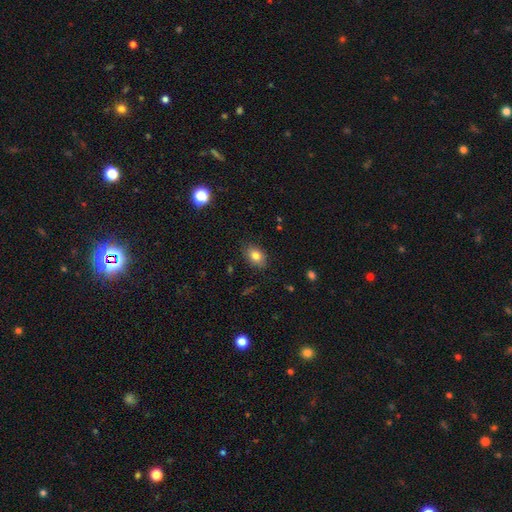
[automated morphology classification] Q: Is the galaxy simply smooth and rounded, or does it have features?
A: smooth — 80%.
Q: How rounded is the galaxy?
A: in between — 76%.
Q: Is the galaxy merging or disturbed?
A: none — 85%.